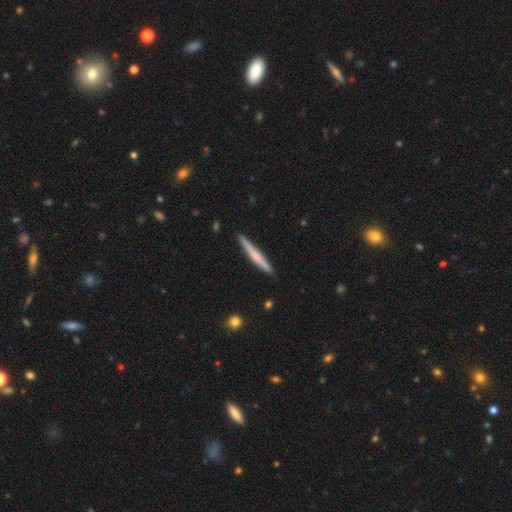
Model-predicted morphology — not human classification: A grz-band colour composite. It shows a smooth galaxy with no disk features (49%). Merging: none (90%).